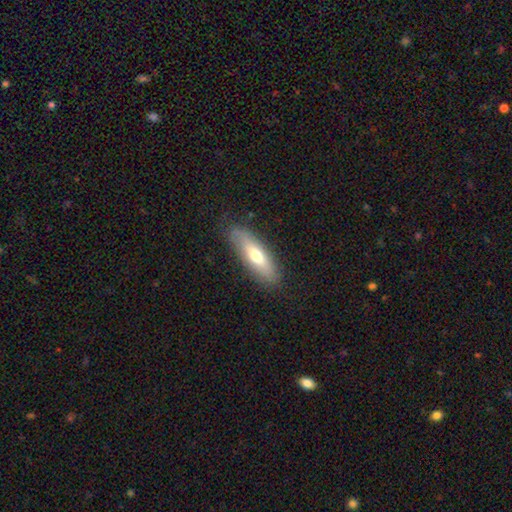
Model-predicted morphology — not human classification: Smooth or featured? smooth (61%)
How rounded? in between (50%)
Merging? none (82%)